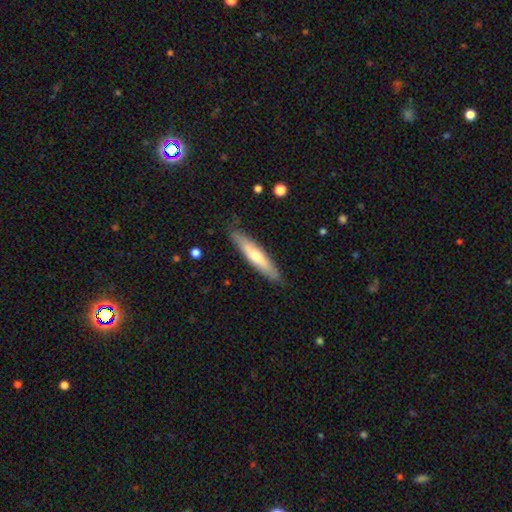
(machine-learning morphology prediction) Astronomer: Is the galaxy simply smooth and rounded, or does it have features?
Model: smooth — 55% (runner-up: featured or disk, 40%).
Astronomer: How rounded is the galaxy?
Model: cigar-shaped — 83%.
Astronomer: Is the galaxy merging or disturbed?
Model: none — 86%.